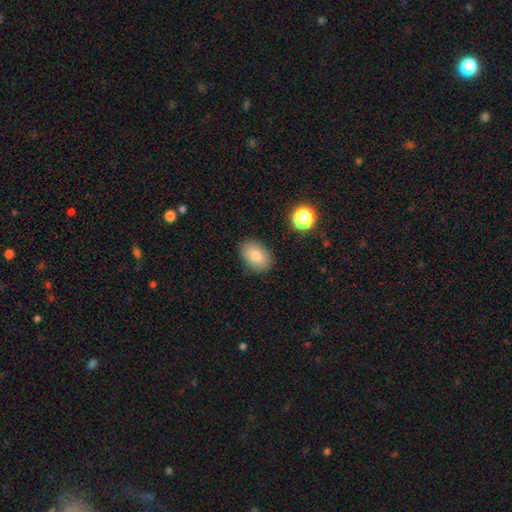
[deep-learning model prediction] Smooth or featured? smooth (81%)
How rounded? in between (84%)
Merging? none (85%)